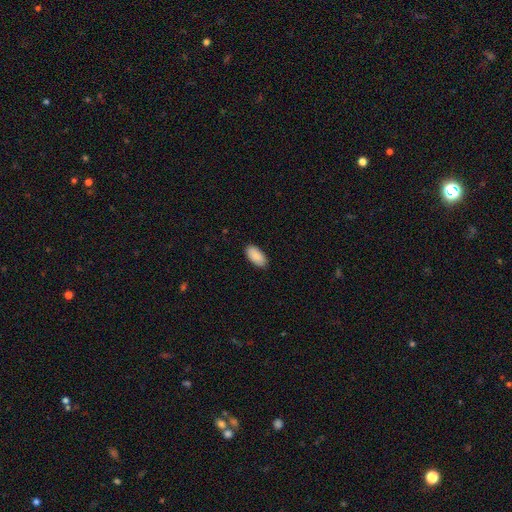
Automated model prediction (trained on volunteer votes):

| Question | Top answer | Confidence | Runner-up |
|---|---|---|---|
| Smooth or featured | smooth | 91% | star or artifact (6%) |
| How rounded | in between | 95% | cigar-shaped (3%) |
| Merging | none | 89% | minor disturbance (9%) |